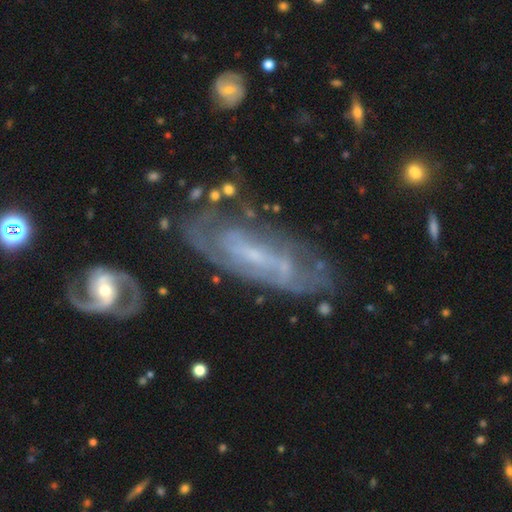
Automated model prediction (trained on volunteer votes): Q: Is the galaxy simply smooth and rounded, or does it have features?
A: featured or disk — 79%.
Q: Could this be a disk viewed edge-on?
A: no — 83%.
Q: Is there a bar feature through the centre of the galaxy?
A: weak — 43%.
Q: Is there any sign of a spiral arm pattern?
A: yes — 85%.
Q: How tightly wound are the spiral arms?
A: tight — 57%.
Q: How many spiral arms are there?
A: can't tell — 51%.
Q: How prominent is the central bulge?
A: small — 69%.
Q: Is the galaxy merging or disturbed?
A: none — 66%.